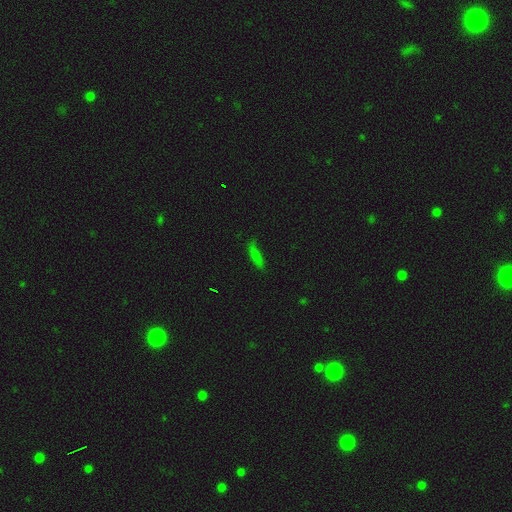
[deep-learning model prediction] Smooth or featured? smooth (73%)
How rounded? cigar-shaped (73%)
Merging? none (70%)